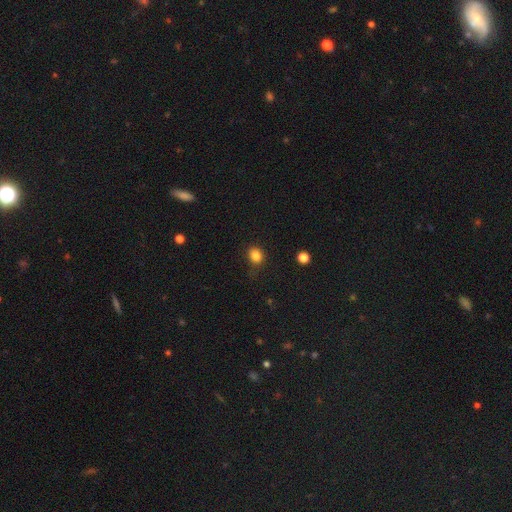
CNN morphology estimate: Smooth or featured? Predicted: smooth (p=0.83). How rounded? Predicted: round (p=0.66). Merging? Predicted: none (p=0.78).